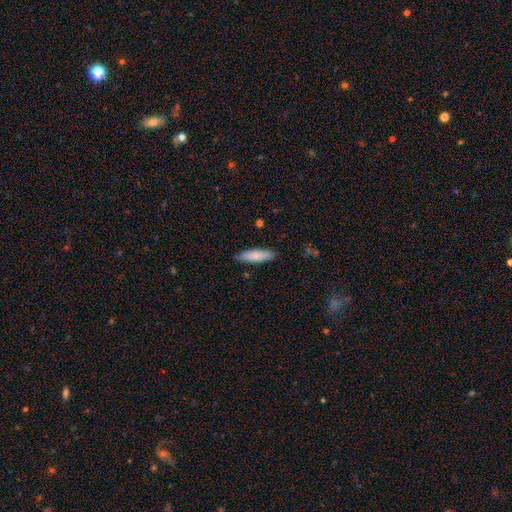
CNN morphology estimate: Overall: smooth (82%). How rounded: cigar-shaped (58%; in between 41%). Merging: none (84%).